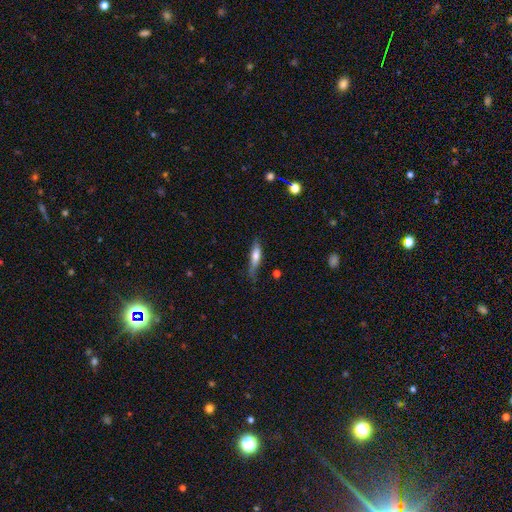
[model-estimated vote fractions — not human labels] Overall: smooth (63%; featured or disk 30%). How rounded: cigar-shaped (70%). Merging: none (61%; minor disturbance 28%).